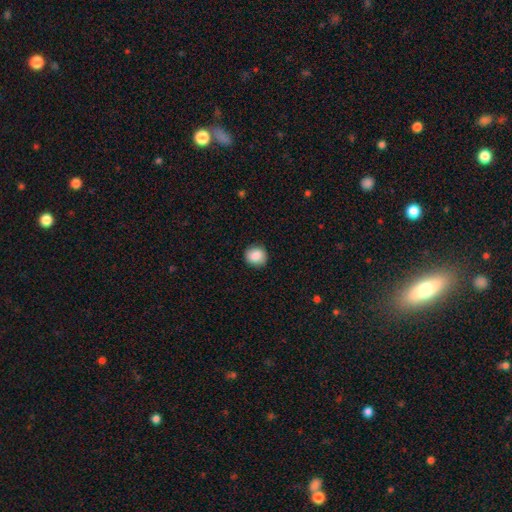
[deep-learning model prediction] Smooth or featured?
  - smooth: 87% *
  - star or artifact: 8%
  - featured or disk: 5%
How rounded?
  - round: 86% *
  - in between: 13%
  - cigar-shaped: 1%
Merging?
  - none: 89% *
  - minor disturbance: 8%
  - major disturbance: 2%
  - merger: 1%